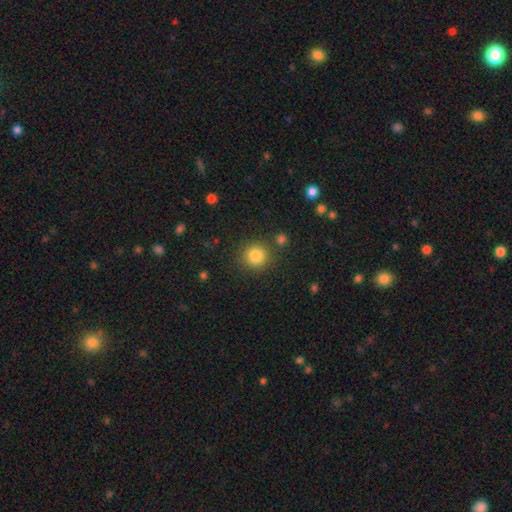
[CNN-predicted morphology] Smooth or featured? smooth (84%)
How rounded? round (92%)
Merging? none (83%)